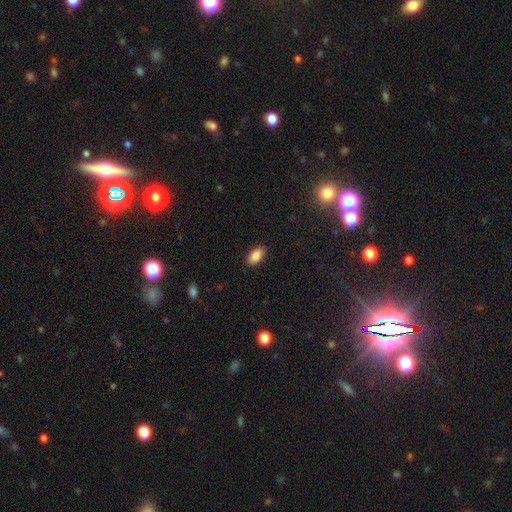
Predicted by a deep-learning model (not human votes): The model was most divided on "smooth or featured": smooth: 87%, star or artifact: 8%, featured or disk: 6%. More confident: how rounded — in between (92%); merging — none (88%).